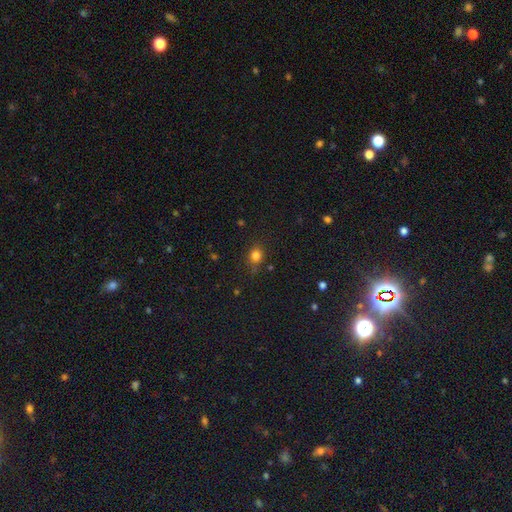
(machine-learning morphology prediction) Smooth or featured: smooth — 80% (star or artifact — 15%)
How rounded: round — 70% (in between — 29%)
Merging: none — 79% (minor disturbance — 14%)